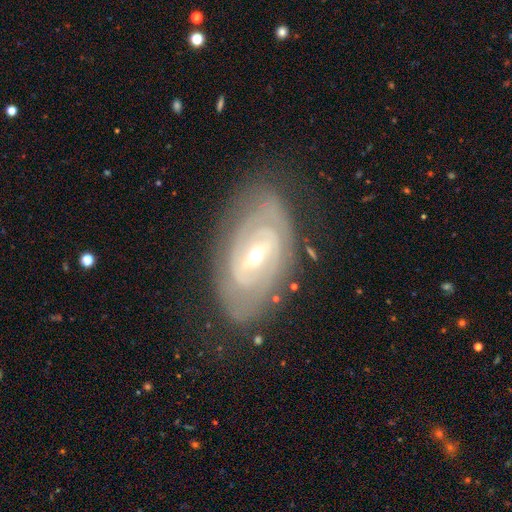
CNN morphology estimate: Q: Smooth or featured?
A: featured or disk (80%); runner-up: smooth (14%)
Q: Edge-on disk?
A: no (92%); runner-up: yes (8%)
Q: Bar?
A: weak (41%); runner-up: no (30%)
Q: Spiral arms?
A: yes (75%); runner-up: no (25%)
Q: Spiral winding?
A: tight (71%); runner-up: medium (22%)
Q: Spiral arm count?
A: can't tell (45%); runner-up: 2 (37%)
Q: Bulge size?
A: small (57%); runner-up: moderate (40%)
Q: Merging?
A: none (74%); runner-up: minor disturbance (17%)